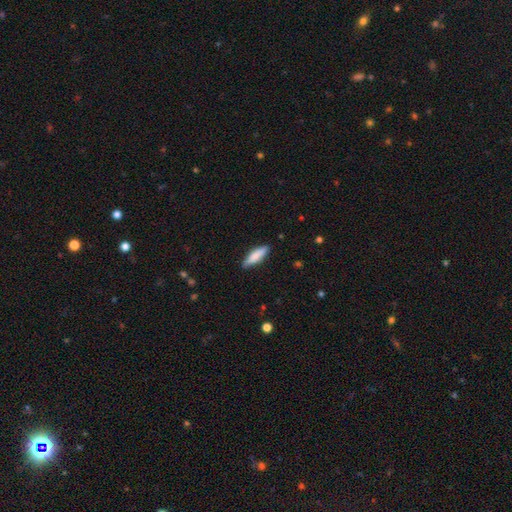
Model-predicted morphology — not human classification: Smooth or featured: smooth — 82% (featured or disk — 13%)
How rounded: cigar-shaped — 58% (in between — 41%)
Merging: none — 86% (minor disturbance — 11%)